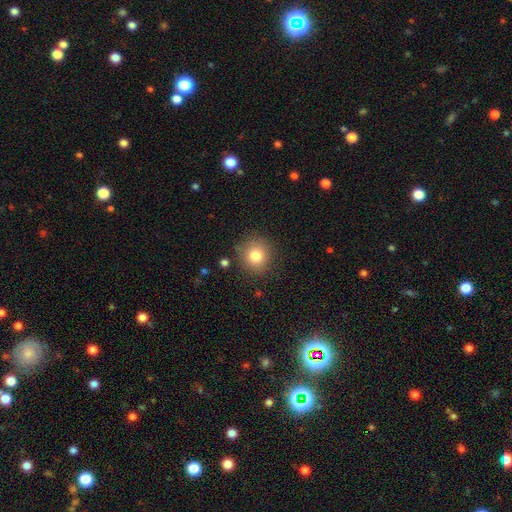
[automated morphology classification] The model was most divided on "smooth or featured": smooth: 81%, star or artifact: 11%, featured or disk: 8%. More confident: how rounded — round (89%); merging — none (85%).